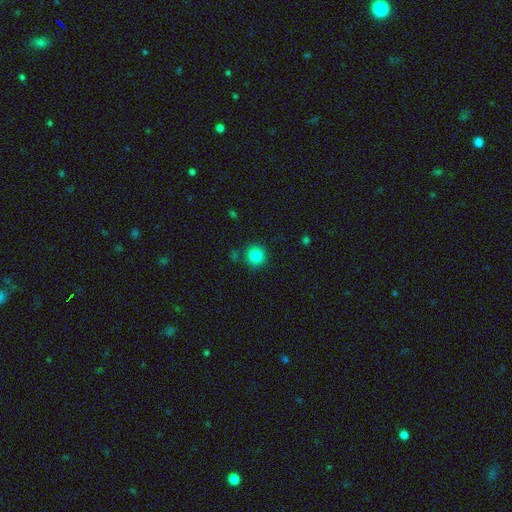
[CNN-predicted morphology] Overall: smooth (84%). How rounded: round (94%). Merging: none (86%).